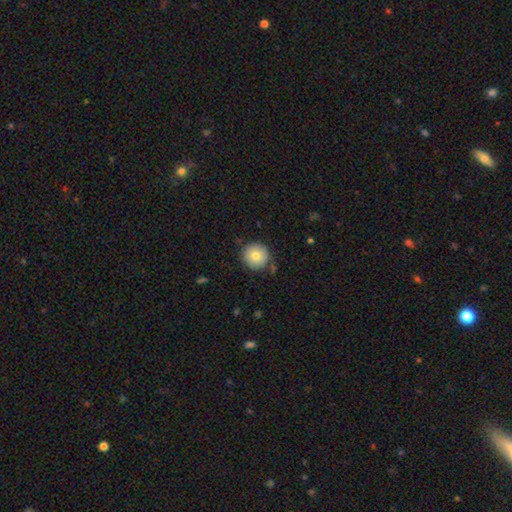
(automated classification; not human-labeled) Smooth or featured? Predicted: smooth (p=0.80). How rounded? Predicted: round (p=0.95). Merging? Predicted: none (p=0.85).